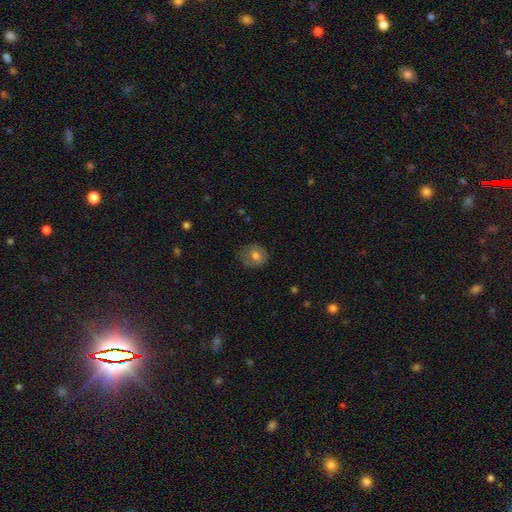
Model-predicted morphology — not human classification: Smooth or featured? smooth (63%)
How rounded? round (63%)
Merging? none (62%)